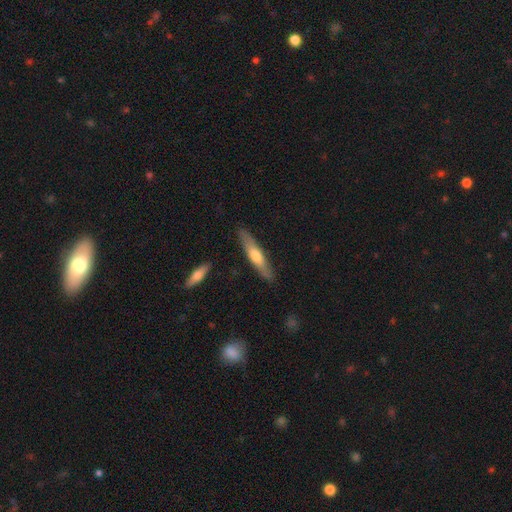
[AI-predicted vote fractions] Smooth or featured? Predicted: smooth (p=0.50). How rounded? Predicted: cigar-shaped (p=0.86). Merging? Predicted: none (p=0.86).